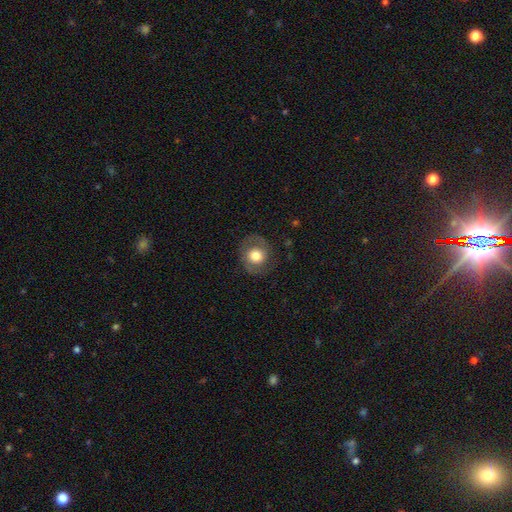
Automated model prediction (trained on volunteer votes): A smooth galaxy with no disk features (53%) that is round (82%). Merging: none (78%).